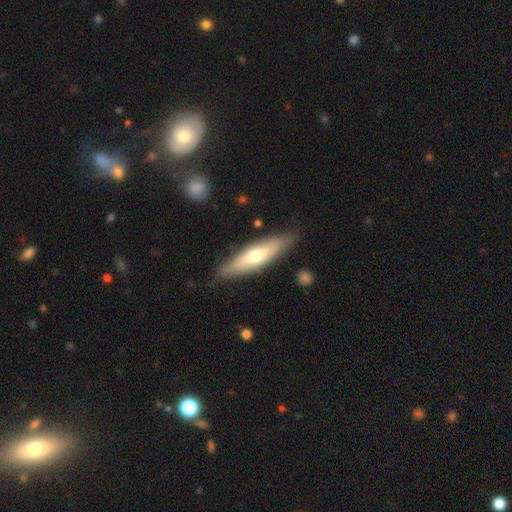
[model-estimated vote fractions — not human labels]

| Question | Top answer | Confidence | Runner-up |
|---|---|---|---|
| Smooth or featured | smooth | 54% | featured or disk (41%) |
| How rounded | cigar-shaped | 66% | in between (32%) |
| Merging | none | 84% | minor disturbance (12%) |